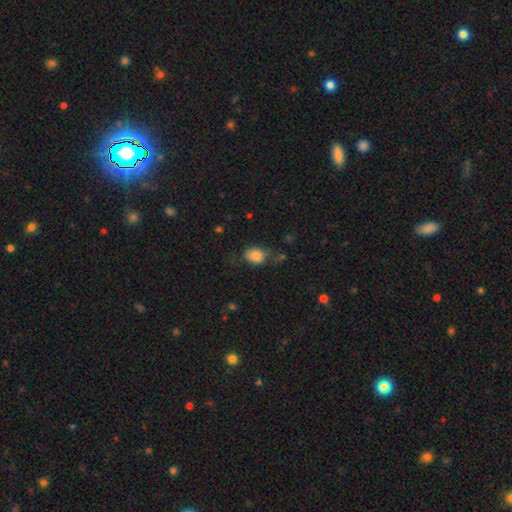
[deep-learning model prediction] This appears to be a smooth galaxy with no disk features (82%) that is in between round and cigar-shaped (59%). Merging: none (59%).